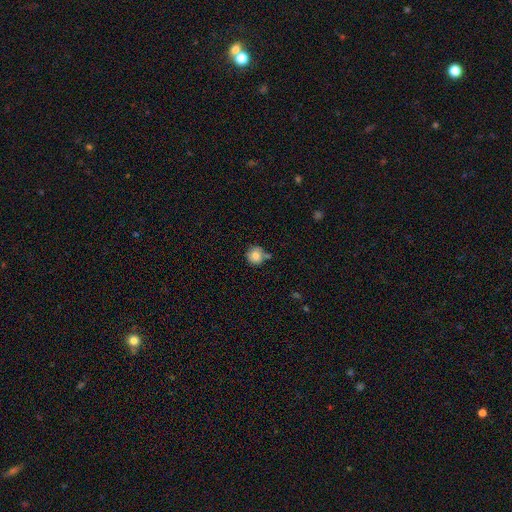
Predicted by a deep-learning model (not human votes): The model was most divided on "merging": none: 66%, minor disturbance: 19%, merger: 11%, major disturbance: 4%. More confident: how rounded — round (90%); smooth or featured — smooth (81%).